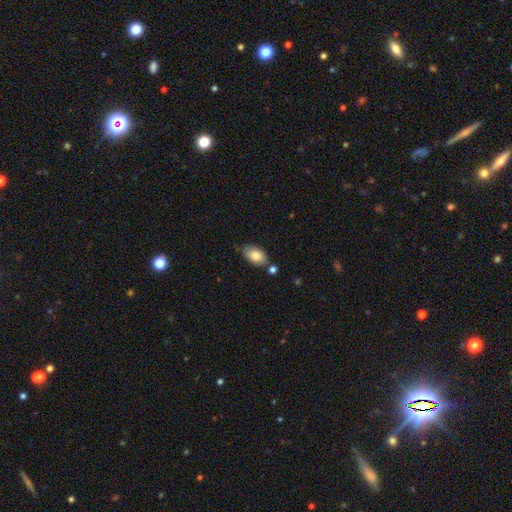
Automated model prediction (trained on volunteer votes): A smooth galaxy with no disk features (84%) that is in between round and cigar-shaped (92%). Merging: none (69%).